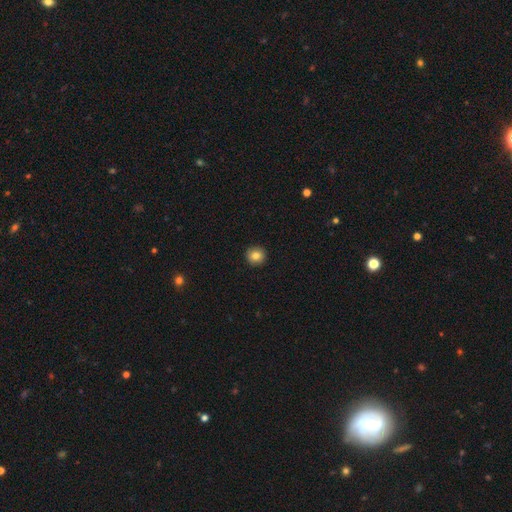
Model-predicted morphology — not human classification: type=smooth (84%); roundness=round (93%); merging=none (93%).